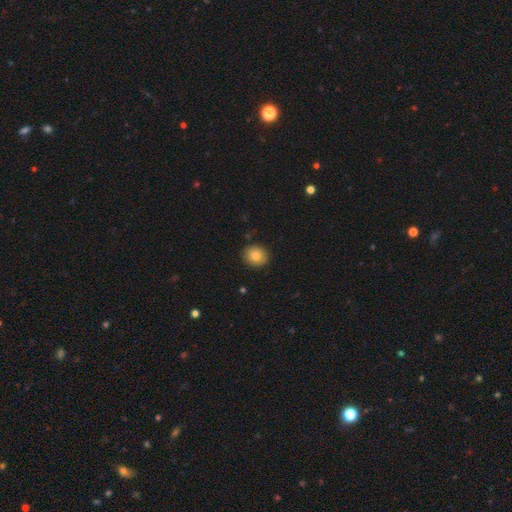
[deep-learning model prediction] This is clearly a smooth galaxy (81%). How rounded: clearly round (81%). Merging: clearly none (90%).